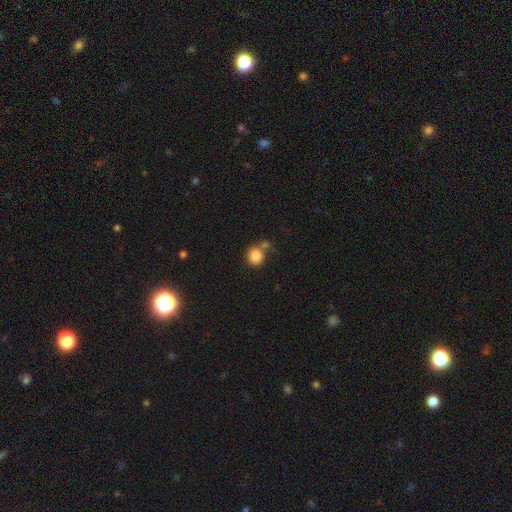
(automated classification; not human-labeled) A smooth galaxy with no disk features (86%) that is round (83%). Merging: none (56%).